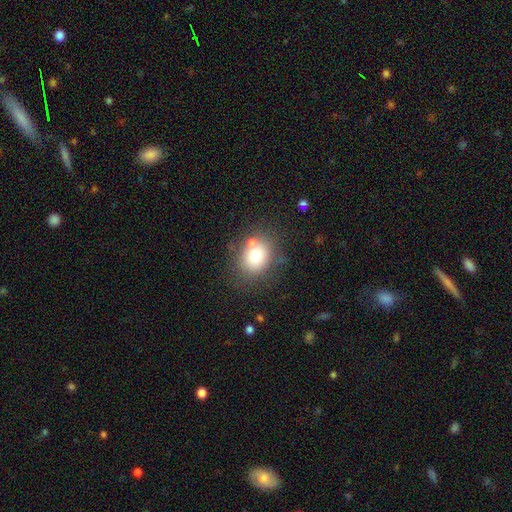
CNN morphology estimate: Q: Smooth or featured?
A: smooth (77%); runner-up: featured or disk (12%)
Q: How rounded?
A: in between (52%); runner-up: round (47%)
Q: Merging?
A: none (65%); runner-up: minor disturbance (17%)